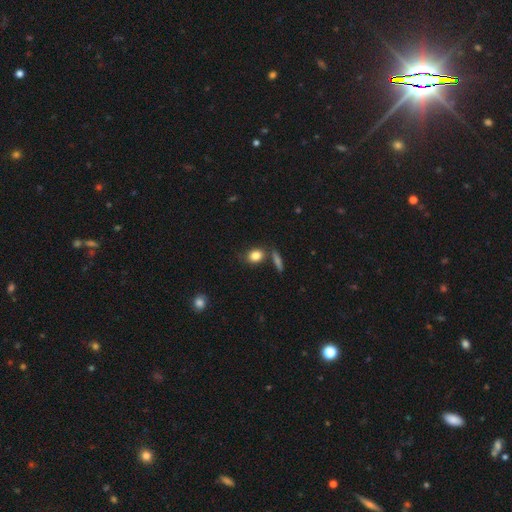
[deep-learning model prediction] smooth 84%, star or artifact 9%, featured or disk 7%. Down the decision tree: how rounded — in between (54%); merging — none (69%).